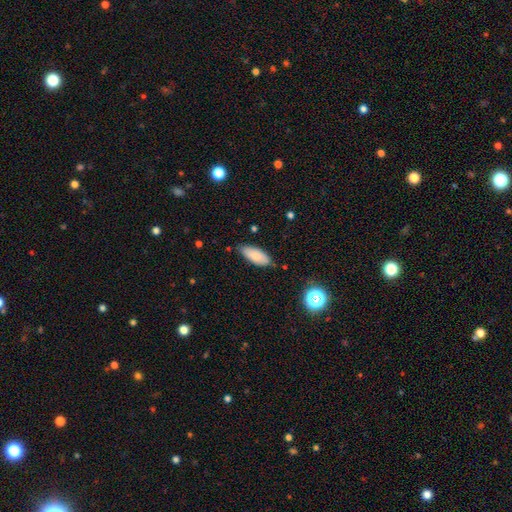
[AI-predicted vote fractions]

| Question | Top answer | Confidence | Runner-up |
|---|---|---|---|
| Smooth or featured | smooth | 85% | featured or disk (8%) |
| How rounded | in between | 82% | cigar-shaped (16%) |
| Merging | none | 77% | minor disturbance (18%) |